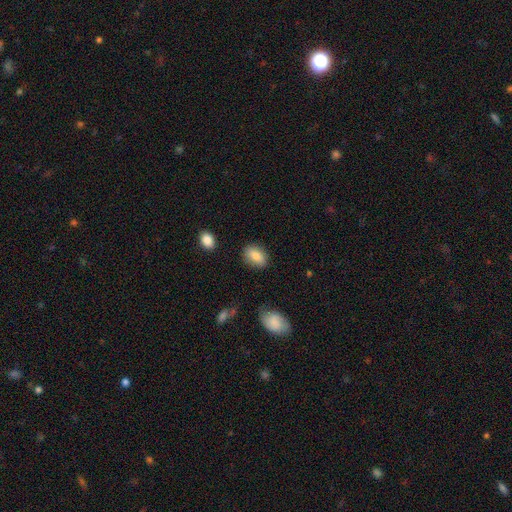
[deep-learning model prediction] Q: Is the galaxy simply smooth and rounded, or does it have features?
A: smooth — 85%.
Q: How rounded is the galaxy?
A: in between — 83%.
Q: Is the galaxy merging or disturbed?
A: none — 83%.